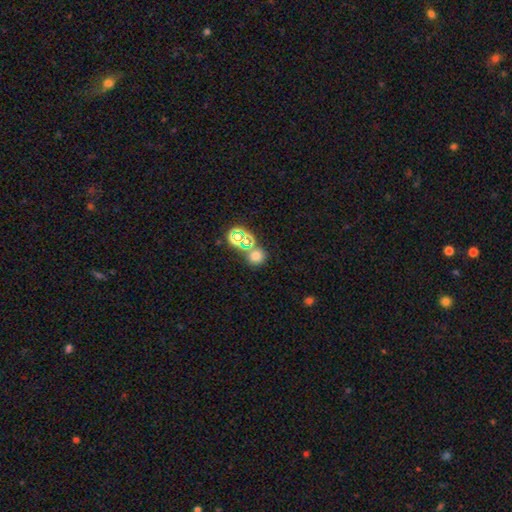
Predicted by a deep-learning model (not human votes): This is likely a smooth galaxy (65%). How rounded: clearly round (84%). Merging: likely none (65%).